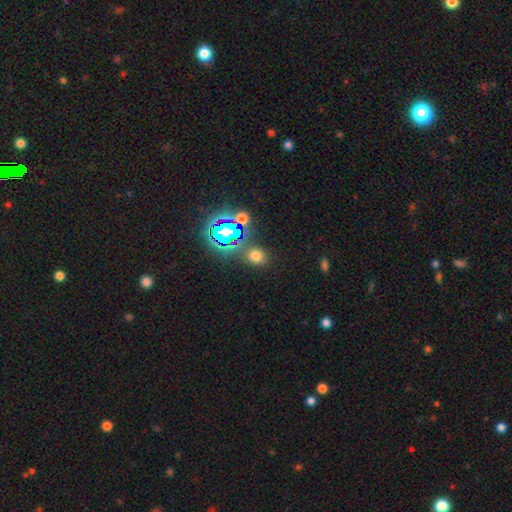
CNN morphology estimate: type=smooth (62%); roundness=round (59%); merging=none (81%).